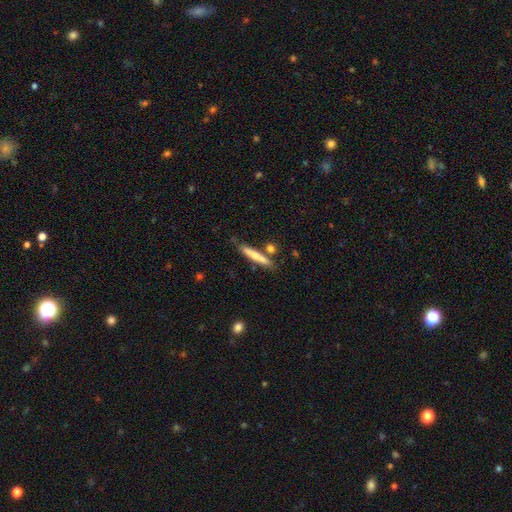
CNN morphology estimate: Smooth or featured? Predicted: smooth (p=0.62). How rounded? Predicted: cigar-shaped (p=0.93). Merging? Predicted: none (p=0.76).